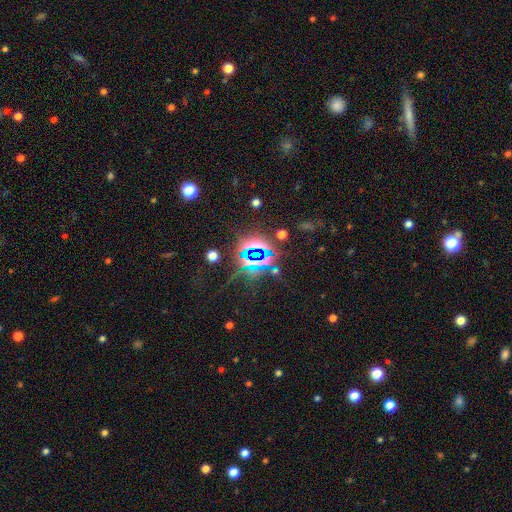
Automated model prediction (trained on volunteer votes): This is likely a star or artifact rather than a galaxy (78%).